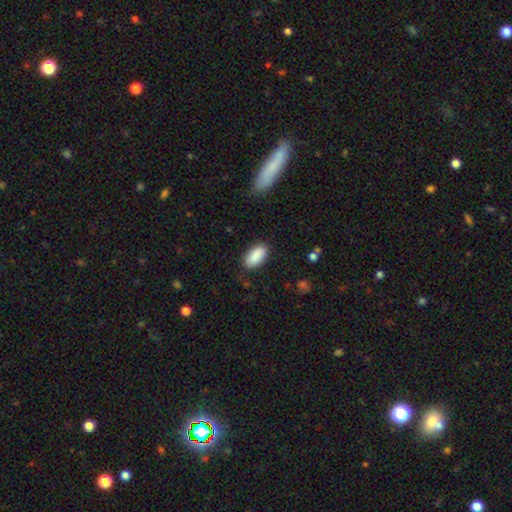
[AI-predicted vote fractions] smooth-or-featured: smooth: 90% | star or artifact: 6% | featured or disk: 4%
  how-rounded: in between: 93% | cigar-shaped: 5% | round: 3%
  merging: none: 85% | minor disturbance: 11% | major disturbance: 3% | merger: 1%